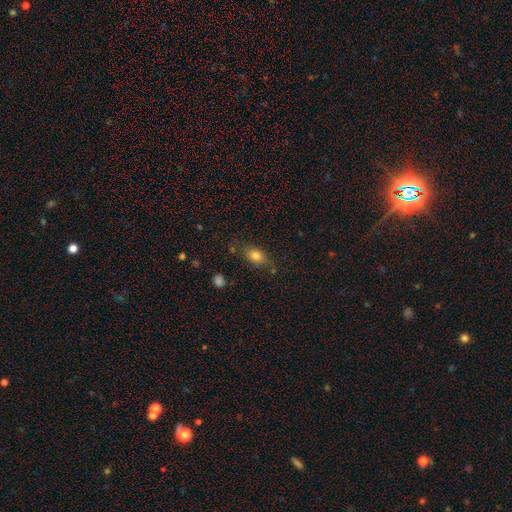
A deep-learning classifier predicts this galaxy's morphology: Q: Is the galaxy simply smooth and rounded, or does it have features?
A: smooth — 78%.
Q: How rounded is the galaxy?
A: in between — 77%.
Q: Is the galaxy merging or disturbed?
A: none — 70%.